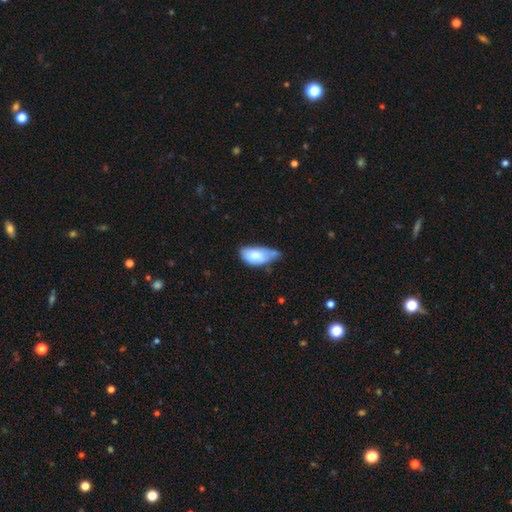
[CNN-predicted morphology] smooth 75%, featured or disk 18%, star or artifact 7%. Down the decision tree: how rounded — in between (93%); merging — minor disturbance (49%).